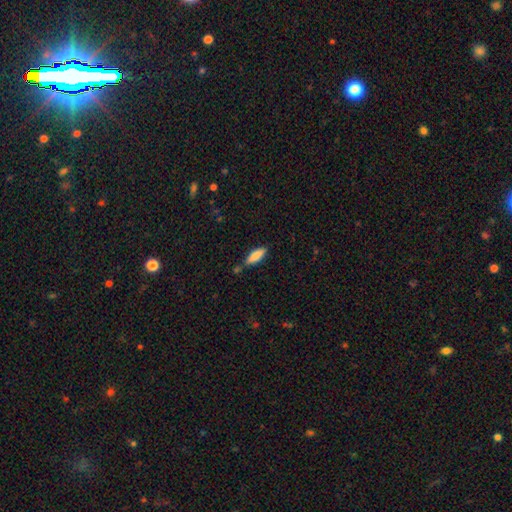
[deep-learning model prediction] Morphology: type=smooth (83%); roundness=in between (52%); merging=none (70%).